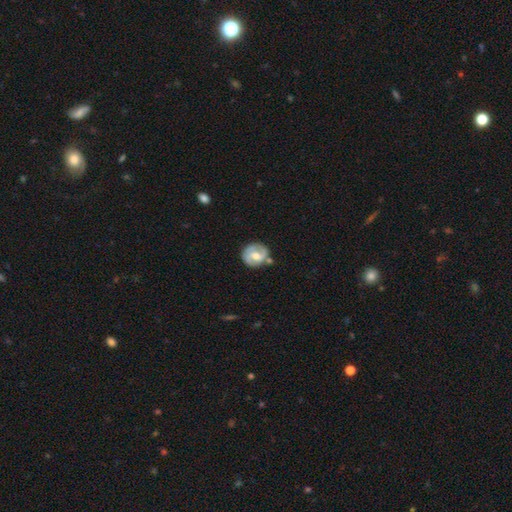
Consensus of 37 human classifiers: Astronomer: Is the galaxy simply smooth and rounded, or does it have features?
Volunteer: featured or disk — 65%.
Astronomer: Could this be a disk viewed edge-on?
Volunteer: no — 100%.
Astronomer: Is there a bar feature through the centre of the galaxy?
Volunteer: weak — 46%, tied with no at 46%.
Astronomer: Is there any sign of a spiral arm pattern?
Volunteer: yes — 67%.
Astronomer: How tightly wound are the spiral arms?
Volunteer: medium — 50% (runner-up: tight, 38%).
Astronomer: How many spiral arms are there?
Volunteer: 2 — 69%.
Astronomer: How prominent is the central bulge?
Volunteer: moderate — 54% (runner-up: small, 42%).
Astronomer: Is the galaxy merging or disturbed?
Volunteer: none — 47% (runner-up: minor disturbance, 31%).